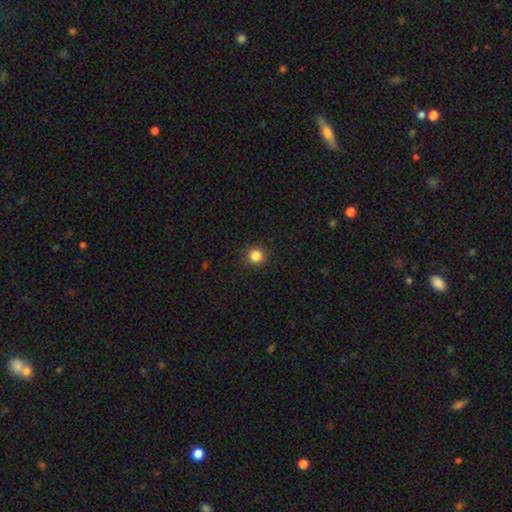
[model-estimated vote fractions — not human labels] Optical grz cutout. It shows a smooth galaxy with no disk features (84%) that is round (93%). Merging: none (92%).